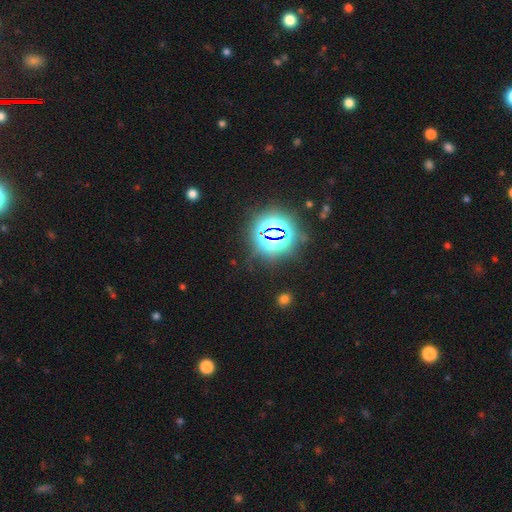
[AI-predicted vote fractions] Q: Smooth or featured?
A: star or artifact (83%); runner-up: smooth (11%)